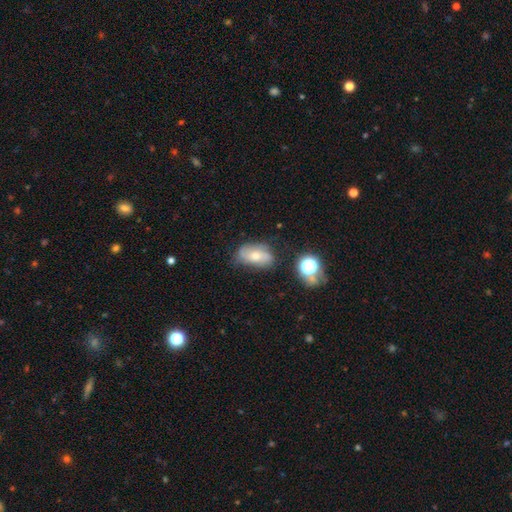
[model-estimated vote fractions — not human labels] smooth 46%, featured or disk 42%, star or artifact 12%. Down the decision tree: merging — none (57%).